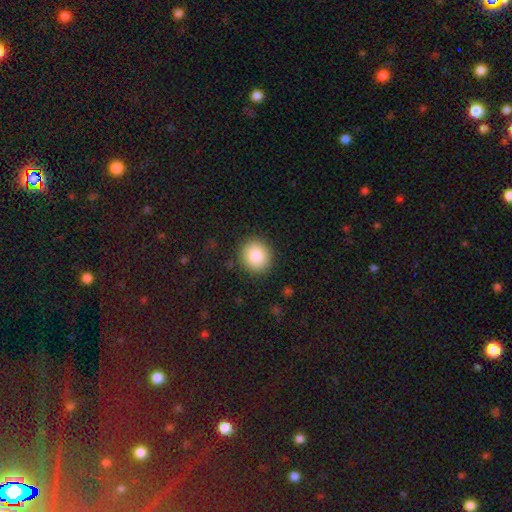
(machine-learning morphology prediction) This is clearly a smooth galaxy (85%). How rounded: clearly round (84%). Merging: clearly none (89%).